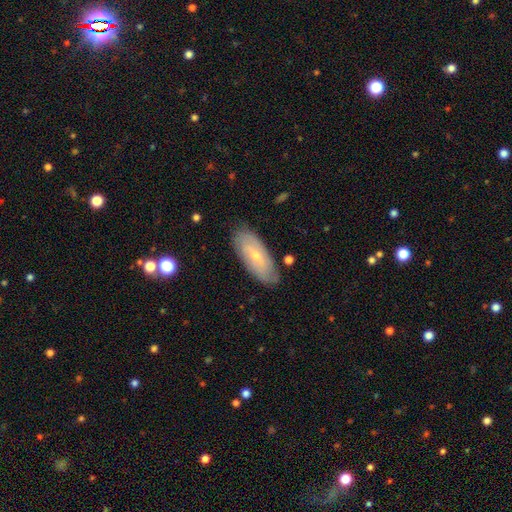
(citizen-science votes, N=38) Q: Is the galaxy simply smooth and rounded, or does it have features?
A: featured or disk — 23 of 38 (61%).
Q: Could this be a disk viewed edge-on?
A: no — 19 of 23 (83%).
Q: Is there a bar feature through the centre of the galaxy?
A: weak — 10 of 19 (53%).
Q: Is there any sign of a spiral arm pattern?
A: no — 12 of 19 (63%).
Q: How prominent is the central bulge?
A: small — 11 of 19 (58%).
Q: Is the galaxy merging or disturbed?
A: none — 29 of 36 (81%).